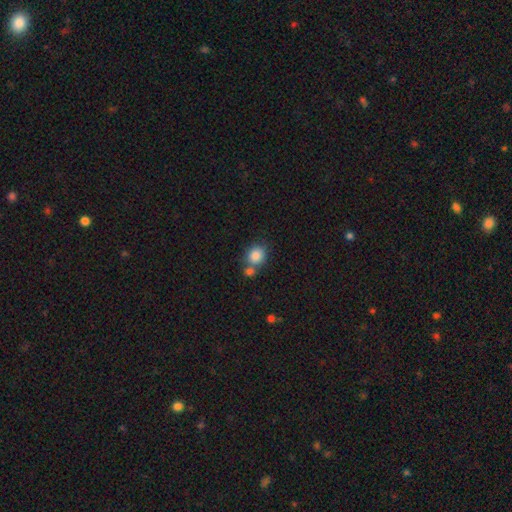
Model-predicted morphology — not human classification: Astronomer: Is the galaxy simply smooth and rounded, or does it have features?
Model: smooth — 84%.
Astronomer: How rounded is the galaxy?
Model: round — 70%.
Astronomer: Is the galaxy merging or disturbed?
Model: none — 51% (runner-up: merger, 33%).